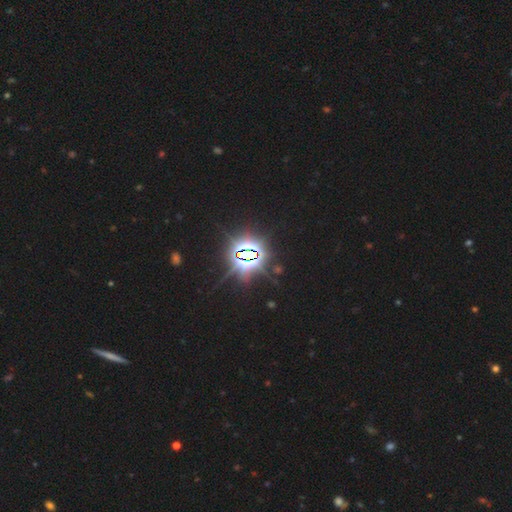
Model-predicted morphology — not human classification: smooth_or_featured: star or artifact (p=0.85) [alt: smooth p=0.08]